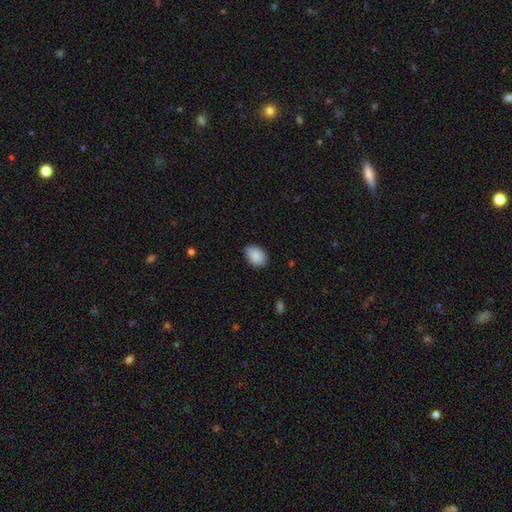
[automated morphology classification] Q: Smooth or featured?
A: smooth (90%); runner-up: star or artifact (7%)
Q: How rounded?
A: in between (79%); runner-up: round (20%)
Q: Merging?
A: none (84%); runner-up: minor disturbance (13%)